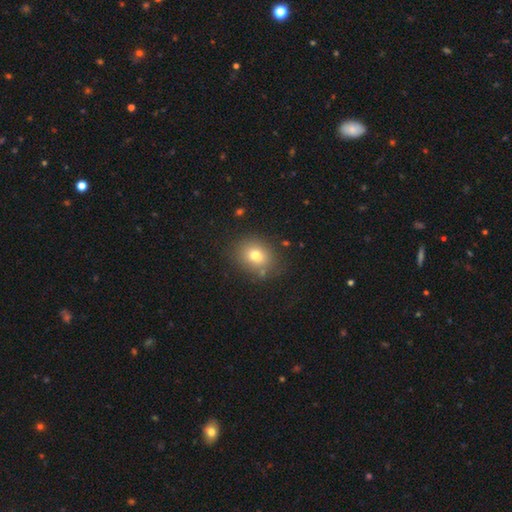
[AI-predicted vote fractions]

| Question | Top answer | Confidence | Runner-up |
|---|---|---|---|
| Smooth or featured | smooth | 75% | star or artifact (13%) |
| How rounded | round | 59% | in between (40%) |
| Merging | none | 81% | minor disturbance (12%) |